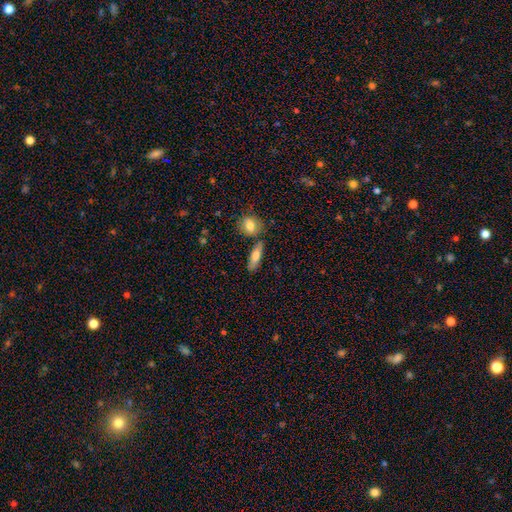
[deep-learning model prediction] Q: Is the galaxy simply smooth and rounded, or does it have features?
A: smooth — 75%.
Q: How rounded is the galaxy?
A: in between — 54%.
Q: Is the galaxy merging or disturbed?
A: none — 72%.